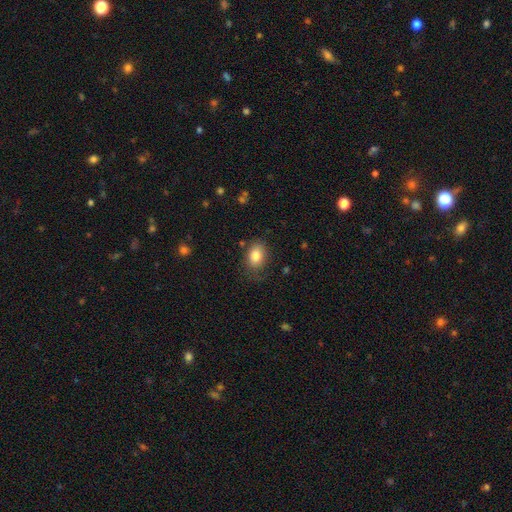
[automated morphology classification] A smooth galaxy with no disk features (83%) that is in between round and cigar-shaped (80%).

Vote fractions:
- Smooth or featured? smooth: 83% / star or artifact: 8% / featured or disk: 8%
- How rounded? in between: 80% / round: 19% / cigar-shaped: 1%
- Merging? none: 74% / minor disturbance: 18% / major disturbance: 6% / merger: 2%